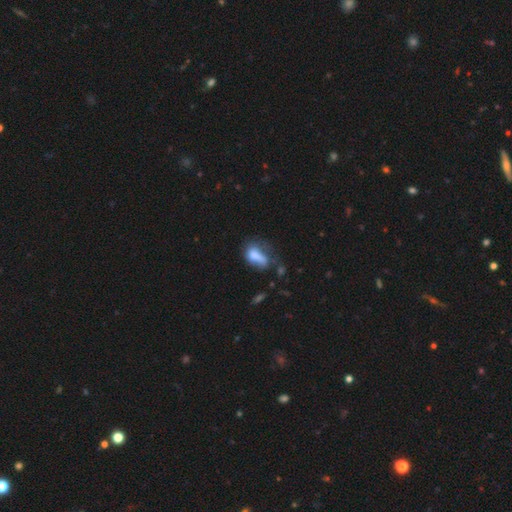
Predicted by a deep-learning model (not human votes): Overall: smooth (67%). How rounded: in between (81%). Merging: major disturbance (34%; minor disturbance 26%).